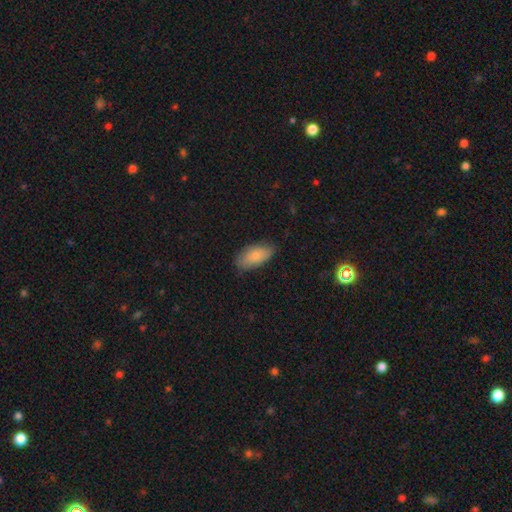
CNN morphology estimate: Smooth or featured? smooth (81%)
How rounded? in between (92%)
Merging? none (77%)